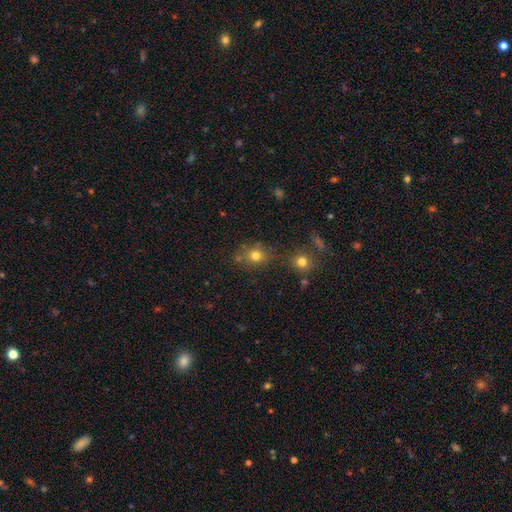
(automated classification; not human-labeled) The model was most divided on "how rounded": round: 73%, in between: 26%, cigar-shaped: 1%. More confident: smooth or featured — smooth (74%); merging — none (67%).